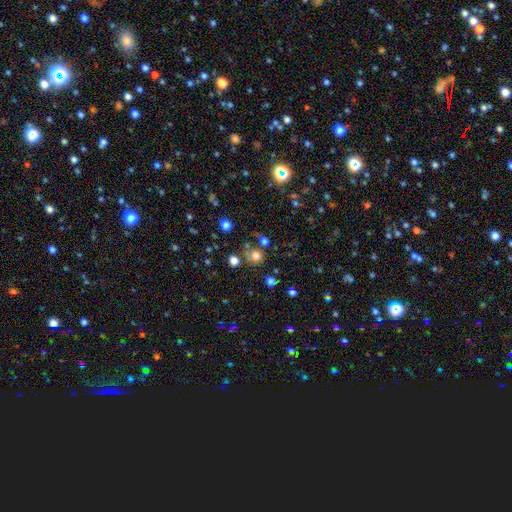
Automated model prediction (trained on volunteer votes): This is likely a smooth galaxy (70%). How rounded: clearly round (82%). Merging: possibly none (56%).